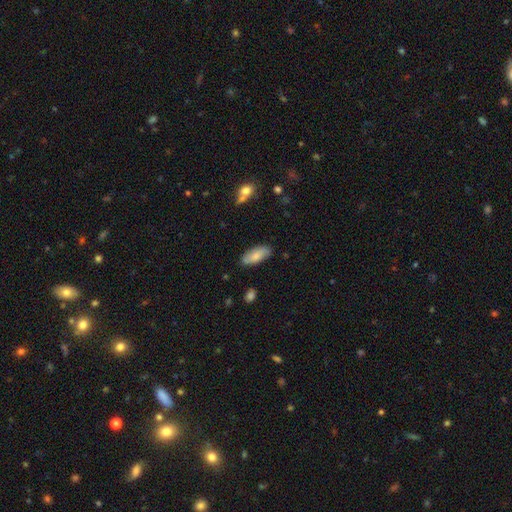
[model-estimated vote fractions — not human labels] Q: Smooth or featured?
A: smooth (77%); runner-up: featured or disk (17%)
Q: How rounded?
A: in between (80%); runner-up: cigar-shaped (18%)
Q: Merging?
A: none (84%); runner-up: minor disturbance (12%)